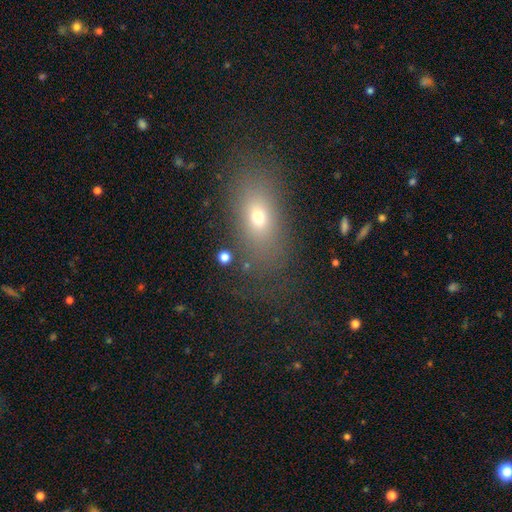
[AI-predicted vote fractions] Smooth or featured? Predicted: smooth (p=0.64). How rounded? Predicted: in between (p=0.75). Merging? Predicted: none (p=0.78).